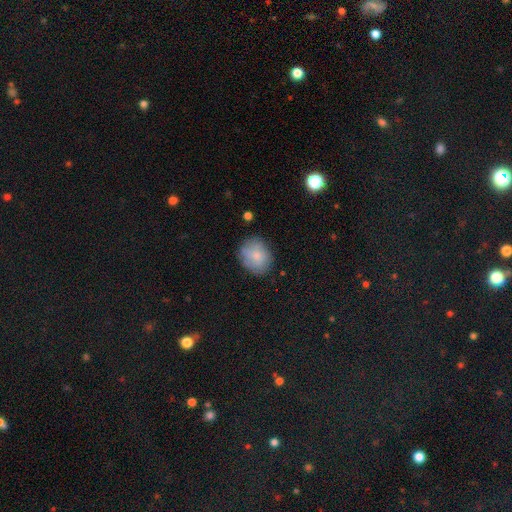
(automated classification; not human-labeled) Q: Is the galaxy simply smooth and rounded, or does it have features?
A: smooth — 78%.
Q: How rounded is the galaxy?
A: round — 60%.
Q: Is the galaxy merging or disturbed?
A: none — 74%.